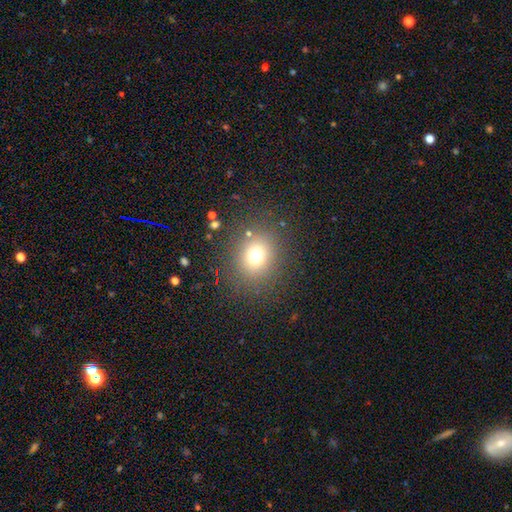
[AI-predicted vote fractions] This appears to be a smooth galaxy with no disk features (71%) that is round (75%). Merging: none (84%).